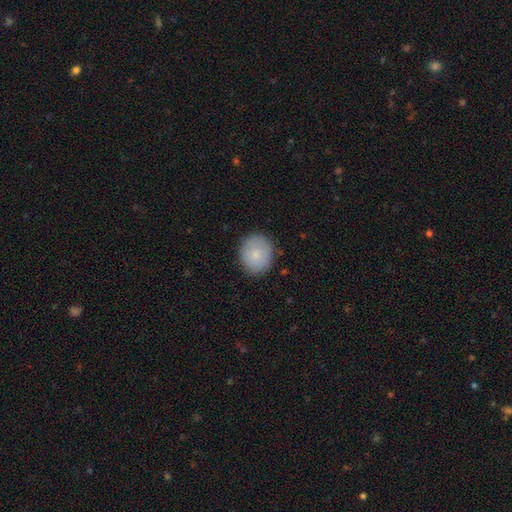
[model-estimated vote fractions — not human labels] smooth_or_featured: smooth (p=0.81) [alt: featured or disk p=0.12]
how_rounded: round (p=0.76) [alt: in between p=0.23]
merging: none (p=0.84) [alt: minor disturbance p=0.12]